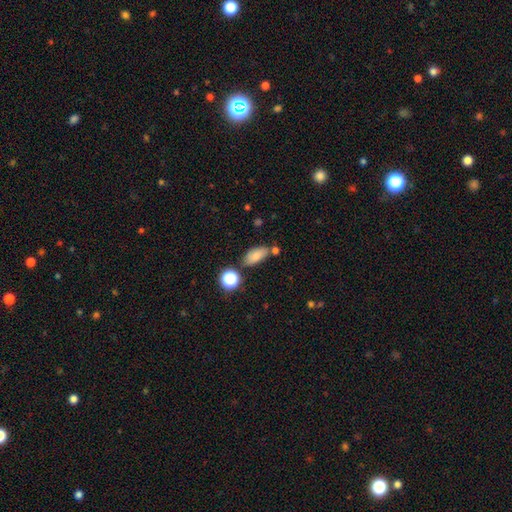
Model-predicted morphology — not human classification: Smooth or featured? Predicted: smooth (p=0.80). How rounded? Predicted: in between (p=0.85). Merging? Predicted: none (p=0.69).